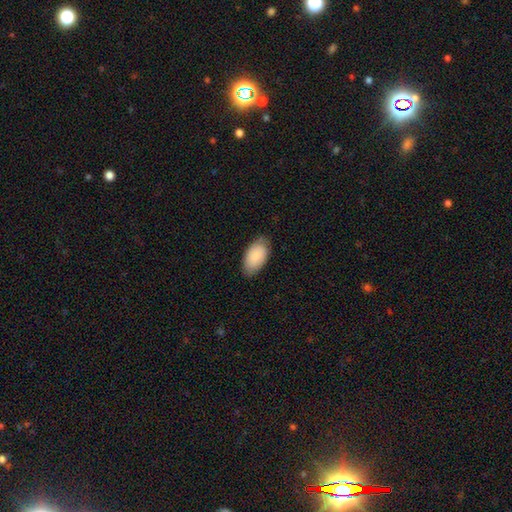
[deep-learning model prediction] Smooth or featured?
  - smooth: 85% *
  - featured or disk: 9%
  - star or artifact: 6%
How rounded?
  - in between: 96% *
  - round: 3%
  - cigar-shaped: 2%
Merging?
  - none: 81% *
  - minor disturbance: 16%
  - major disturbance: 3%
  - merger: 1%